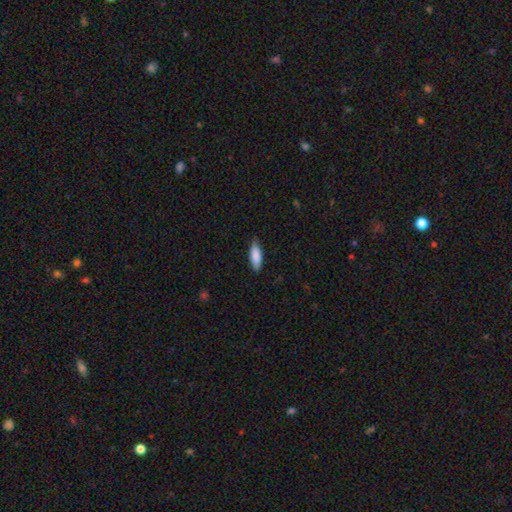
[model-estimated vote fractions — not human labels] Morphology: type=smooth (86%); roundness=in between (68%); merging=none (80%).